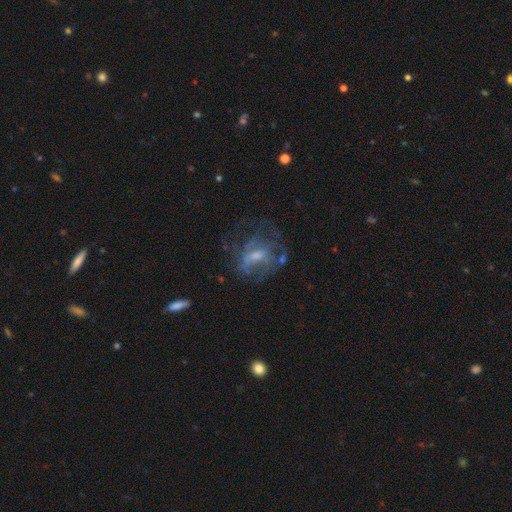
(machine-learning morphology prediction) The model was most divided on "bulge size": moderate: 41%, small: 40%, none: 13%, large: 5%, dominant: 1%. Remaining: edge-on disk — no (95%); smooth or featured — featured or disk (68%); spiral arms — yes (51%); merging — none (46%); bar — weak (45%).